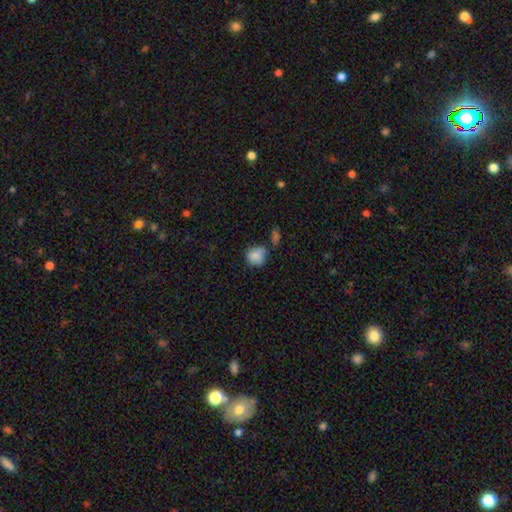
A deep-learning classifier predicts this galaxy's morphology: This is clearly a smooth galaxy (86%). How rounded: likely round (80%). Merging: possibly none (57%).